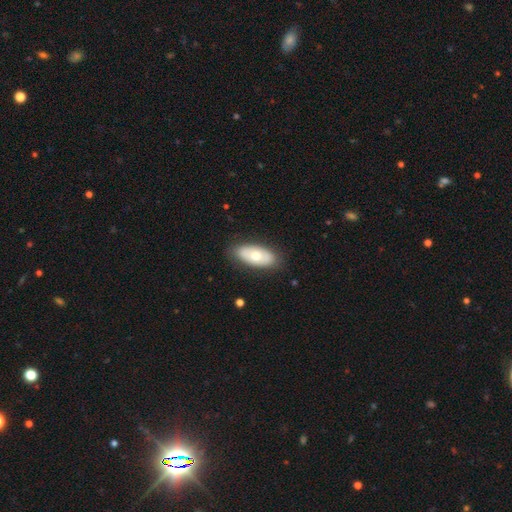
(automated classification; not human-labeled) Smooth or featured: smooth — 59% (featured or disk — 35%)
How rounded: in between — 89% (cigar-shaped — 7%)
Merging: none — 85% (minor disturbance — 11%)